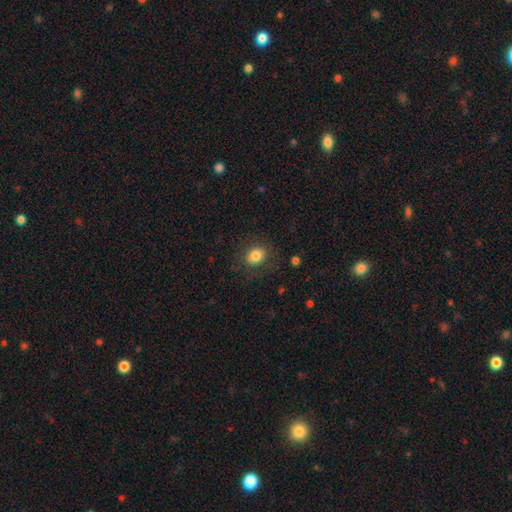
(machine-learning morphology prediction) Overall: smooth (82%). How rounded: round (57%; in between 42%). Merging: none (82%).